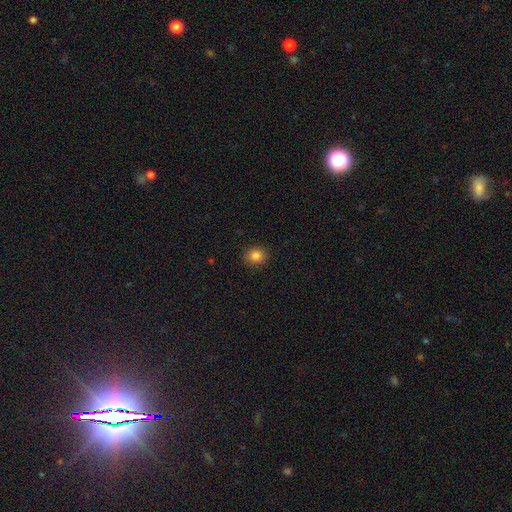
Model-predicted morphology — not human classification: A smooth galaxy with no disk features (84%) that is round (75%). Merging: none (88%).